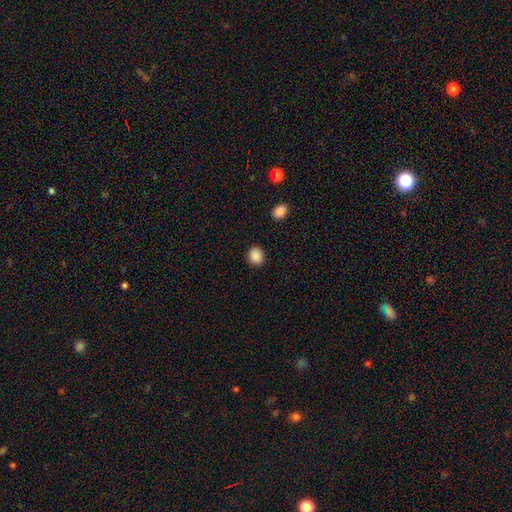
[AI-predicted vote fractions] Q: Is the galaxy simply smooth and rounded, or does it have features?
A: smooth — 88%.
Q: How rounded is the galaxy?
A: round — 66%.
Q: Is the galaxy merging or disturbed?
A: none — 89%.